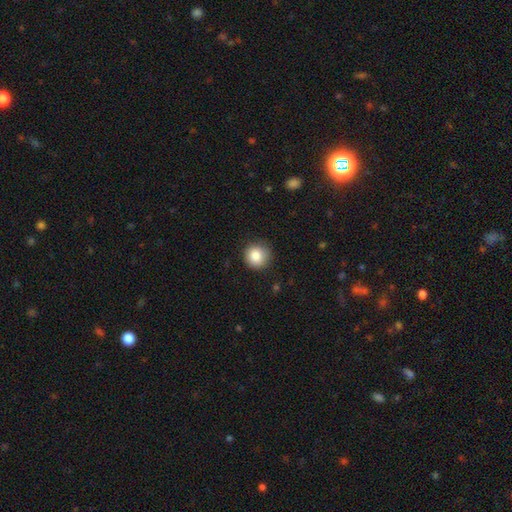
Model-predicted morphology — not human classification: Smooth or featured? Predicted: smooth (p=0.85). How rounded? Predicted: round (p=0.93). Merging? Predicted: none (p=0.87).